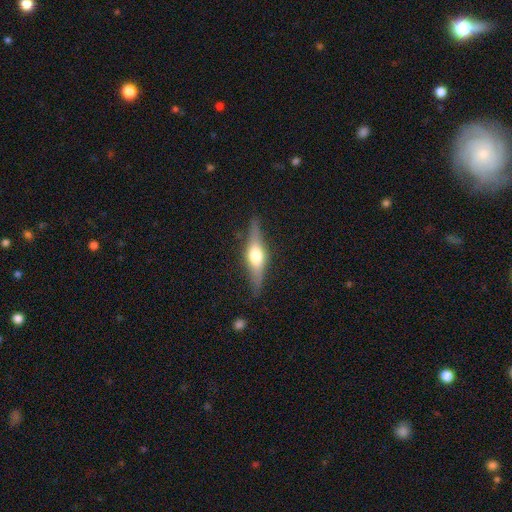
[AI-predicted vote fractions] smooth_or_featured: featured or disk (p=0.64) [alt: smooth p=0.30]
disk_edge_on: yes (p=0.93) [alt: no p=0.07]
edge_on_bulge: rounded (p=0.92) [alt: boxy p=0.06]
merging: none (p=0.83) [alt: minor disturbance p=0.12]